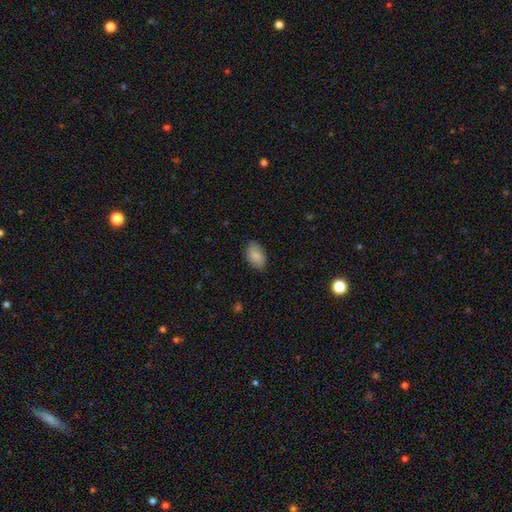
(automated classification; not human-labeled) Smooth or featured? smooth (87%)
How rounded? in between (92%)
Merging? none (86%)